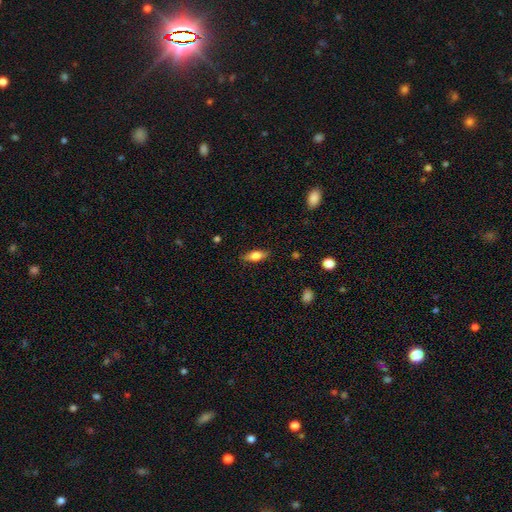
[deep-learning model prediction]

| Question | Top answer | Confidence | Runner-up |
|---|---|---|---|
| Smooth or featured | smooth | 73% | featured or disk (20%) |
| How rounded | in between | 76% | cigar-shaped (20%) |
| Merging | none | 83% | minor disturbance (13%) |